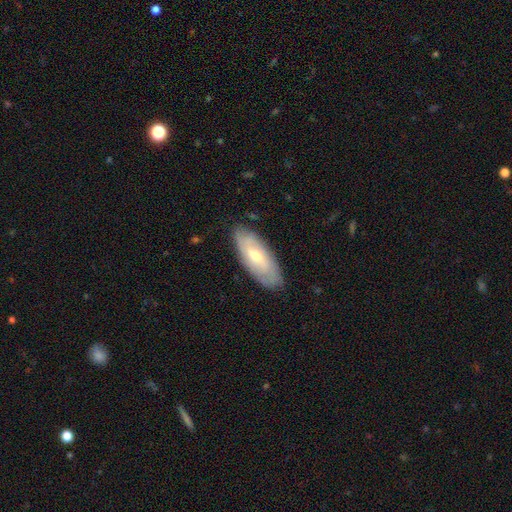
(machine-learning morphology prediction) A featured or disk galaxy (51%). Merging: none (82%).